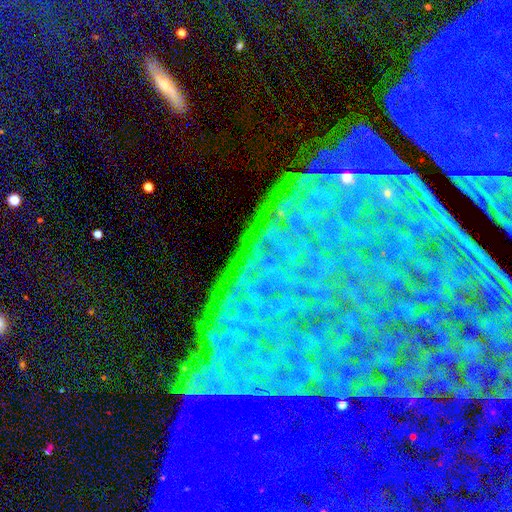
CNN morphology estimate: Overall: star or artifact (81%).